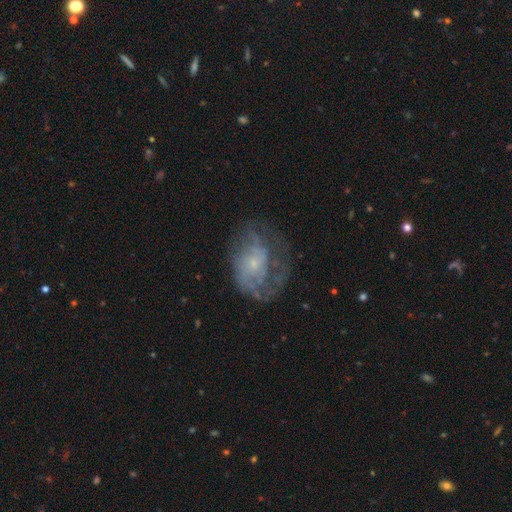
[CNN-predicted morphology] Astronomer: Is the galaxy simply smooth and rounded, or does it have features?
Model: featured or disk — 67%.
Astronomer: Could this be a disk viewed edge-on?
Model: no — 97%.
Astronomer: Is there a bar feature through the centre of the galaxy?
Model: no — 73%.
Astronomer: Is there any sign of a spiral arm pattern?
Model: yes — 79%.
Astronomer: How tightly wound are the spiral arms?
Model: tight — 41% (runner-up: medium, 39%).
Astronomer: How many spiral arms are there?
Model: can't tell — 40% (runner-up: 2, 30%).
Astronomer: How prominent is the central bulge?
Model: small — 71%.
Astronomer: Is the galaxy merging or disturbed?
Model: none — 57%.